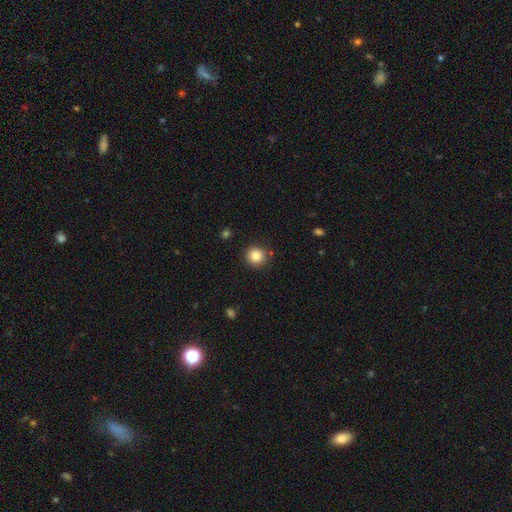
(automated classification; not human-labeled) The model was most divided on "smooth or featured": smooth: 84%, star or artifact: 10%, featured or disk: 5%. More confident: how rounded — round (92%); merging — none (88%).